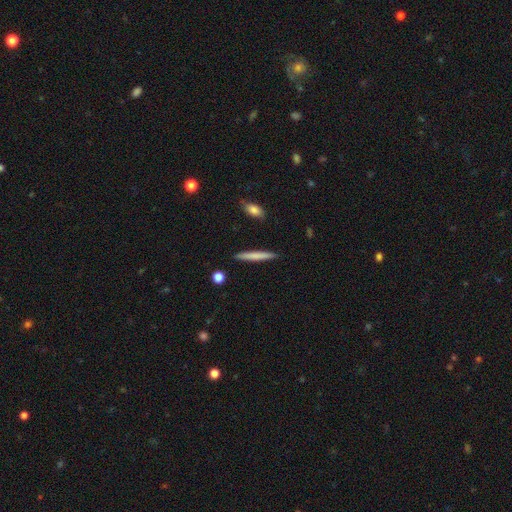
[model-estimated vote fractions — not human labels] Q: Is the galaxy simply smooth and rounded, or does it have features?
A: smooth — 71%.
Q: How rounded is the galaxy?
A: cigar-shaped — 95%.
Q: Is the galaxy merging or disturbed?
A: none — 91%.